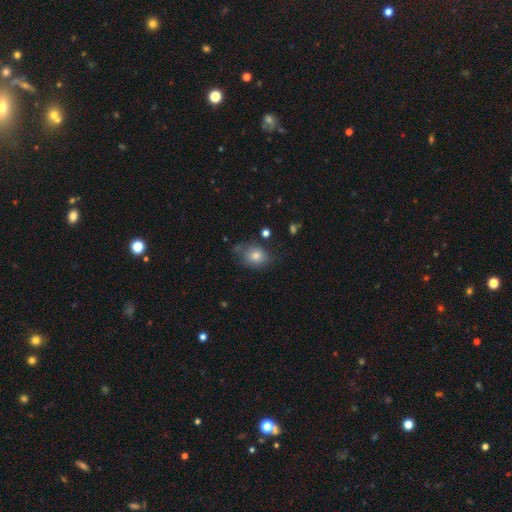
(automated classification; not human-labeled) This appears to be a smooth galaxy with no disk features (73%) that is round (50%). Merging: none (59%).